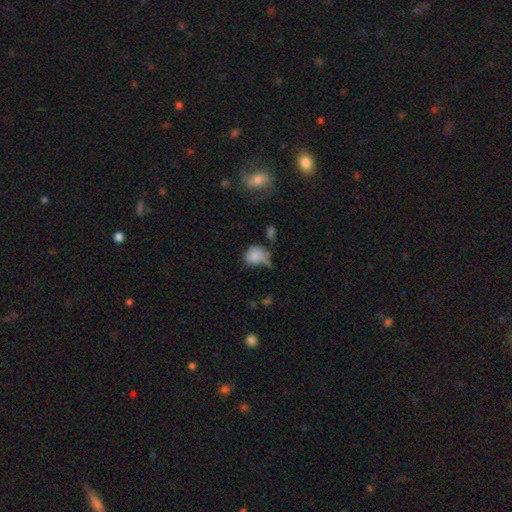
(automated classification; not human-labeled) A smooth galaxy with no disk features (80%) that is round (58%). Merging: none (37%).